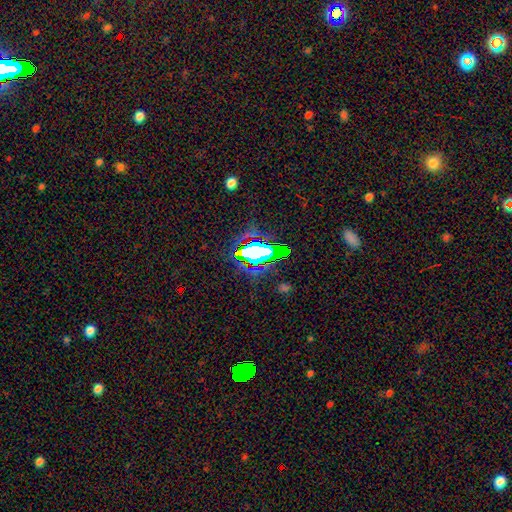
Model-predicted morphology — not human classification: Smooth or featured? Predicted: star or artifact (p=0.53).